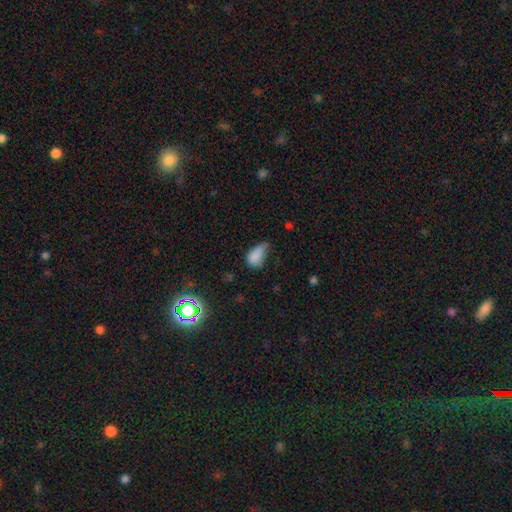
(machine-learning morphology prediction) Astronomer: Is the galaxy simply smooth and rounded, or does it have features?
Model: smooth — 77%.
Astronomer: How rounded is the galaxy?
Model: in between — 87%.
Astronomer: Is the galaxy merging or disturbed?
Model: minor disturbance — 44% (runner-up: major disturbance, 28%).